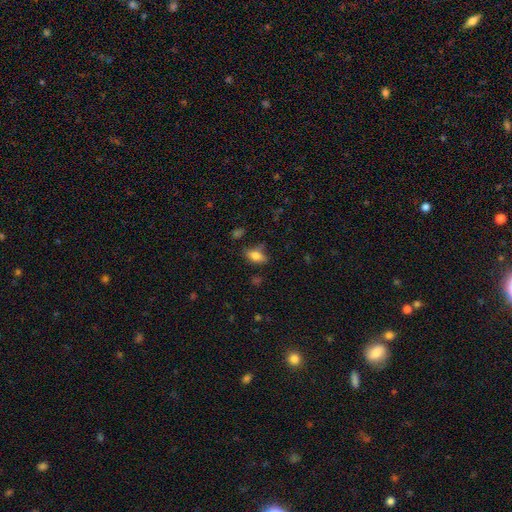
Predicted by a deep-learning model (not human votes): Smooth or featured? smooth (79%)
How rounded? in between (87%)
Merging? none (71%)